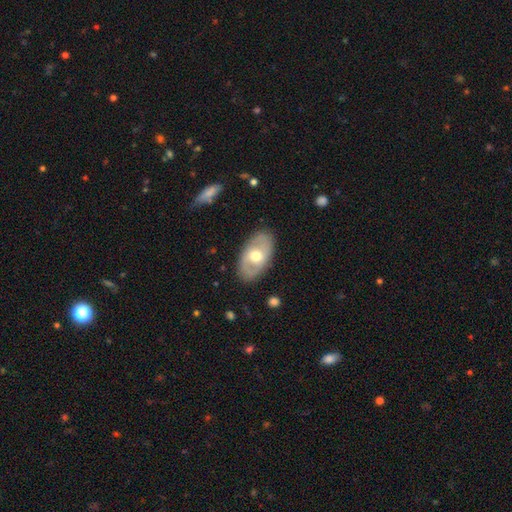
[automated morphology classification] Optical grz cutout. It shows a featured or disk galaxy (53%). Merging: none (84%).